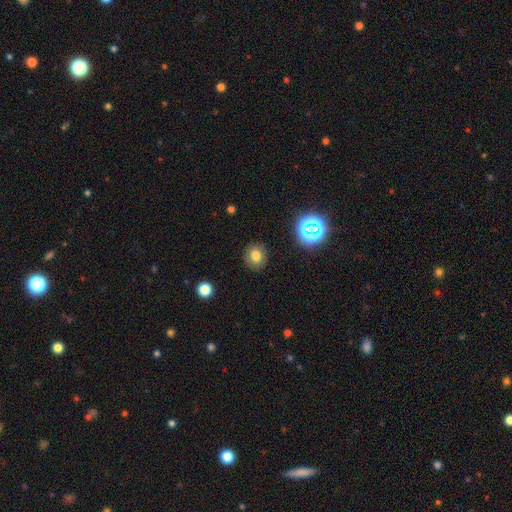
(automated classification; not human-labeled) Smooth or featured: smooth — 74% (star or artifact — 16%)
How rounded: round — 72% (in between — 27%)
Merging: none — 87% (minor disturbance — 9%)